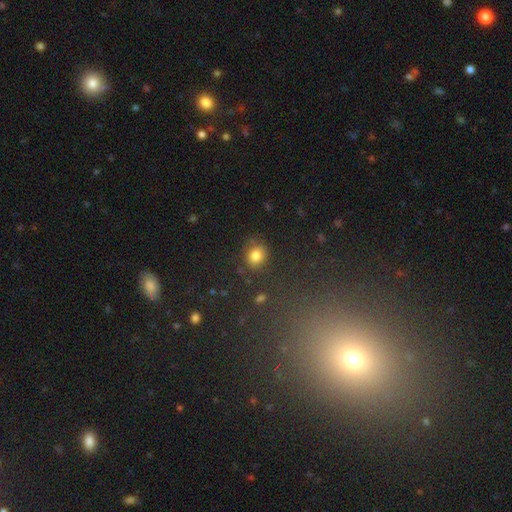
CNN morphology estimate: This appears to be a smooth galaxy with no disk features (81%) that is round (71%). Merging: none (78%).